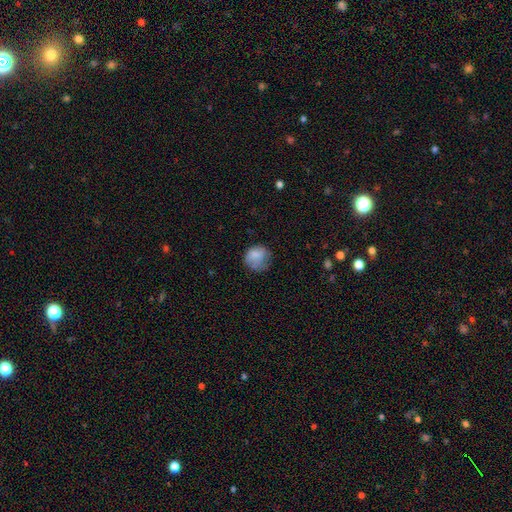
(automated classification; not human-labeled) Smooth or featured? Predicted: smooth (p=0.79). How rounded? Predicted: round (p=0.75). Merging? Predicted: none (p=0.51).